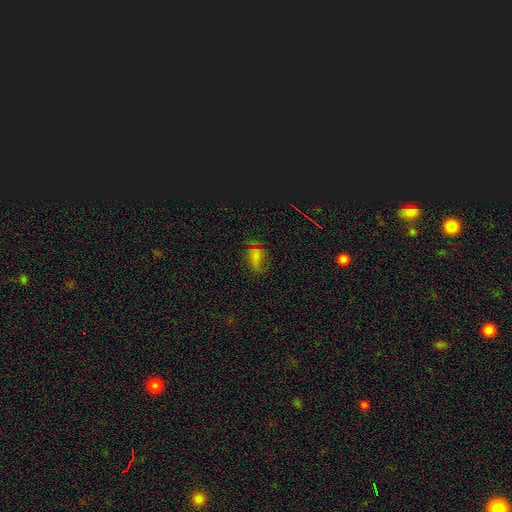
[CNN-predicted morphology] A smooth galaxy with no disk features (49%). Merging: none (49%).